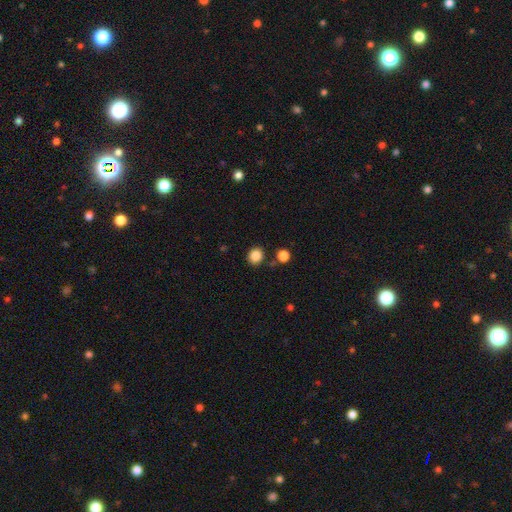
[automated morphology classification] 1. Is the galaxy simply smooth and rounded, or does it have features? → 86% smooth, 11% star or artifact, 4% featured or disk.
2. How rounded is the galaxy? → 78% round, 21% in between, 1% cigar-shaped.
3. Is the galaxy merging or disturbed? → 83% none, 8% minor disturbance, 6% merger, 3% major disturbance.